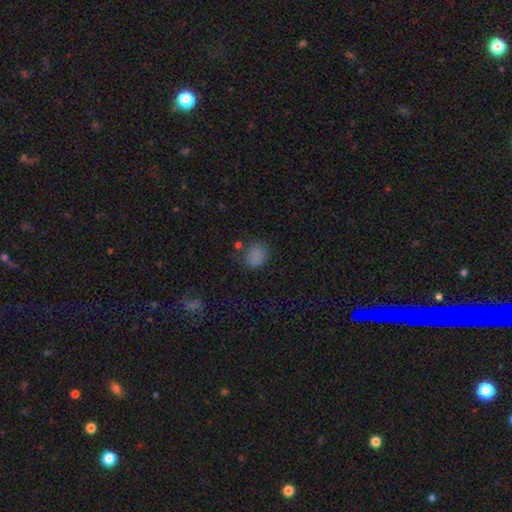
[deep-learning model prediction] smooth_or_featured: smooth (p=0.79) [alt: star or artifact p=0.15]
how_rounded: round (p=0.66) [alt: in between p=0.33]
merging: none (p=0.70) [alt: minor disturbance p=0.19]